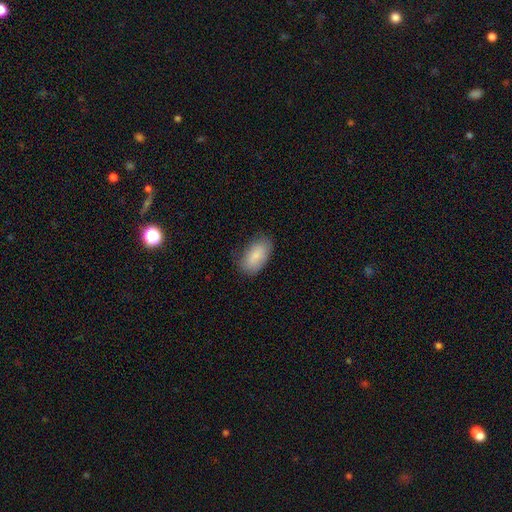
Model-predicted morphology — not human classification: Q: Smooth or featured?
A: smooth (83%); runner-up: featured or disk (10%)
Q: How rounded?
A: in between (93%); runner-up: round (4%)
Q: Merging?
A: none (73%); runner-up: minor disturbance (21%)